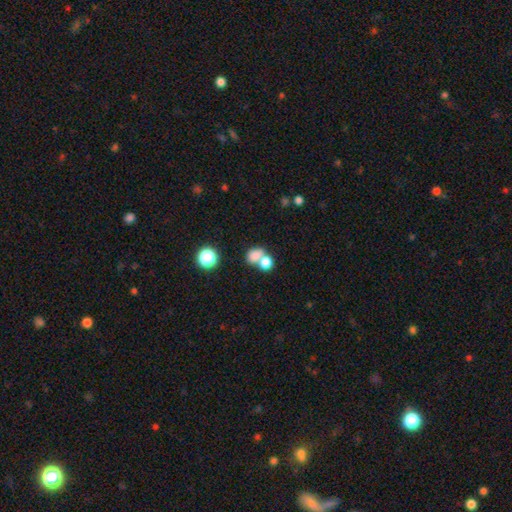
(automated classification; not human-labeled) smooth-or-featured: smooth: 76% | star or artifact: 13% | featured or disk: 10%
  how-rounded: in between: 52% | round: 47% | cigar-shaped: 1%
  merging: merger: 53% | none: 33% | minor disturbance: 8% | major disturbance: 6%